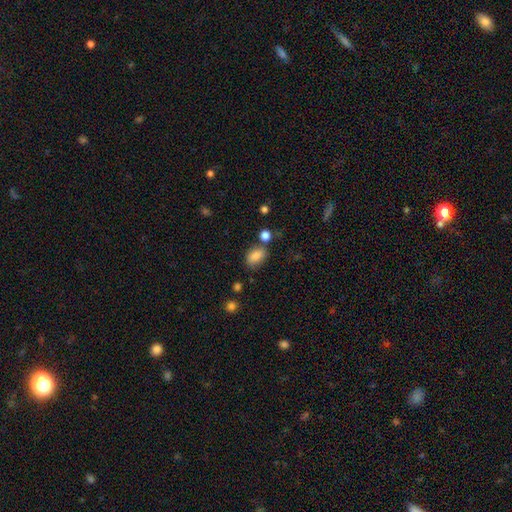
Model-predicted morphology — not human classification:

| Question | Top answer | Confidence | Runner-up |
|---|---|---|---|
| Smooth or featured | smooth | 85% | star or artifact (9%) |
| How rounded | in between | 84% | round (14%) |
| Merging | none | 63% | minor disturbance (19%) |